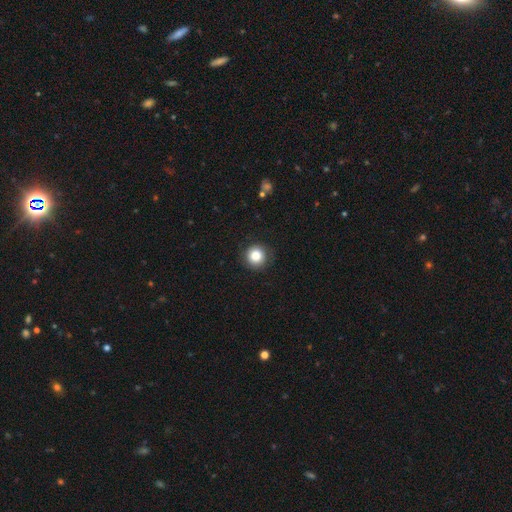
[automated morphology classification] The model was most divided on "smooth or featured": smooth: 84%, star or artifact: 10%, featured or disk: 6%. More confident: how rounded — round (95%); merging — none (88%).